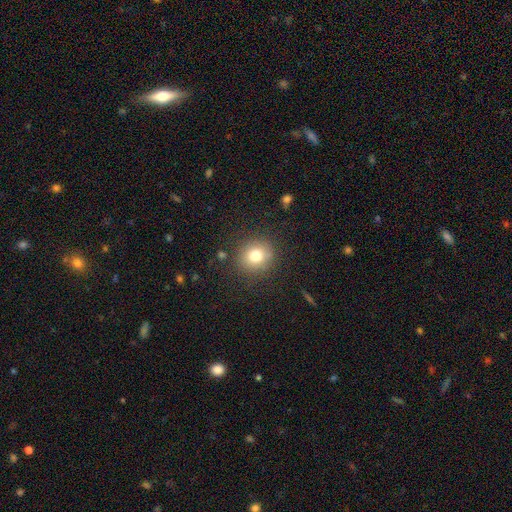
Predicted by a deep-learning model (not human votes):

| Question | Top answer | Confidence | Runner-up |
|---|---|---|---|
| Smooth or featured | smooth | 77% | star or artifact (12%) |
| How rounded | round | 86% | in between (13%) |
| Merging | none | 87% | minor disturbance (9%) |